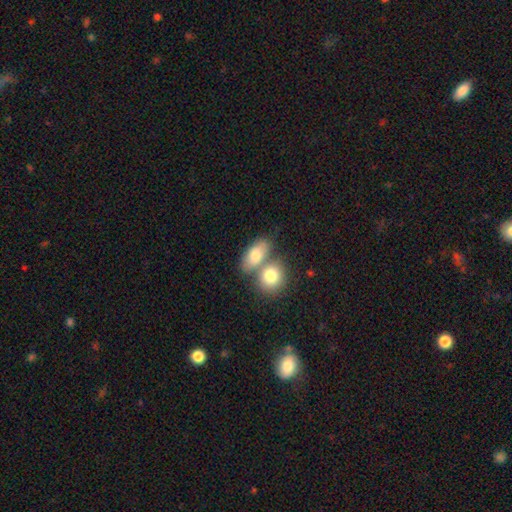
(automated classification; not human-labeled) Morphology: type=smooth (78%); roundness=in between (80%); merging=merger (47%).